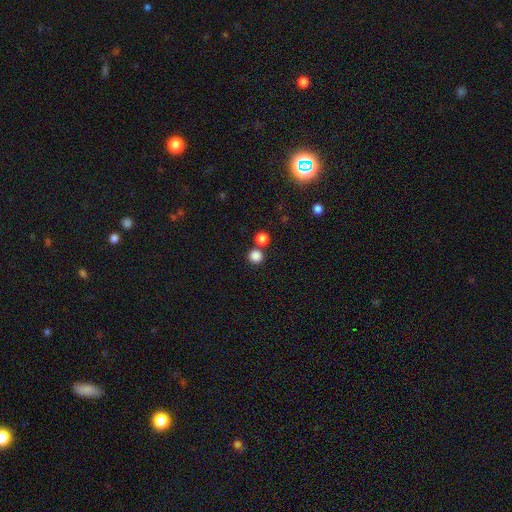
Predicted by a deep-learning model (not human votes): The model was most divided on "merging": none: 71%, merger: 20%, minor disturbance: 7%, major disturbance: 3%. More confident: how rounded — round (93%); smooth or featured — smooth (84%).